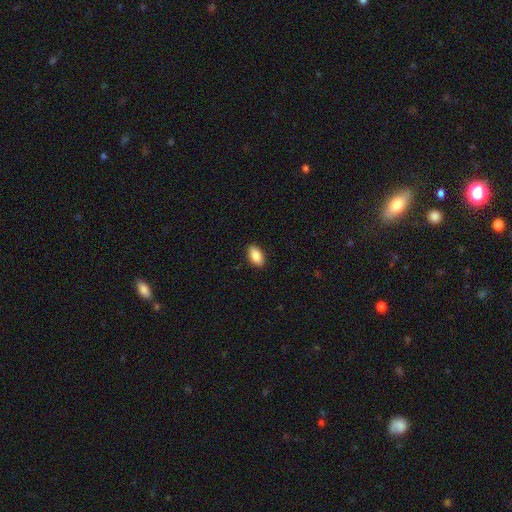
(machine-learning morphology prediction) Smooth or featured? smooth (88%)
How rounded? in between (93%)
Merging? none (90%)